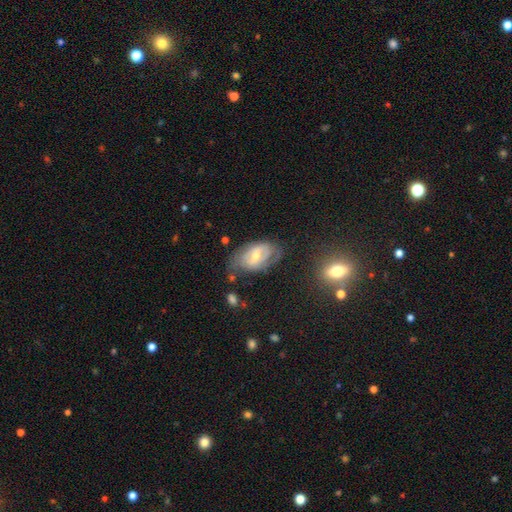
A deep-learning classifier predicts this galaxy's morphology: Smooth or featured?
  - featured or disk: 66% *
  - smooth: 27%
  - star or artifact: 8%
Edge-on disk?
  - no: 94% *
  - yes: 6%
Bar?
  - weak: 48% *
  - no: 32%
  - strong: 20%
Spiral arms?
  - yes: 73% *
  - no: 27%
Bulge size?
  - moderate: 53% *
  - small: 43%
  - large: 3%
  - none: 1%
  - dominant: 1%
Merging?
  - none: 54% *
  - minor disturbance: 27%
  - major disturbance: 15%
  - merger: 4%